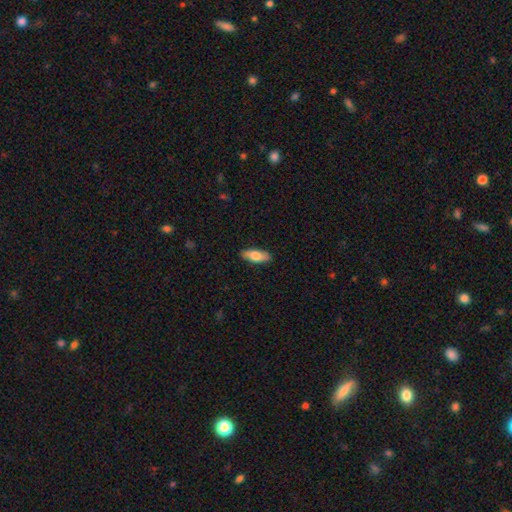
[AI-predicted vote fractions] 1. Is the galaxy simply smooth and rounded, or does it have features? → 74% smooth, 20% featured or disk, 6% star or artifact.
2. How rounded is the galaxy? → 68% in between, 30% cigar-shaped, 2% round.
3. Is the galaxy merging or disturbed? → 89% none, 9% minor disturbance, 2% major disturbance, 1% merger.